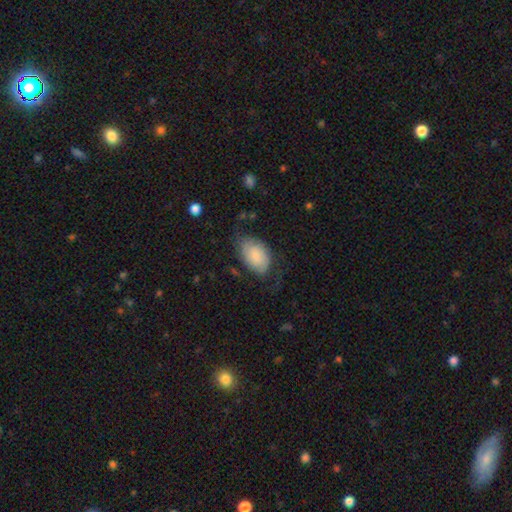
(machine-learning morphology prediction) smooth_or_featured: smooth (p=0.66) [alt: featured or disk p=0.27]
how_rounded: in between (p=0.89) [alt: round p=0.09]
merging: none (p=0.53) [alt: minor disturbance p=0.28]